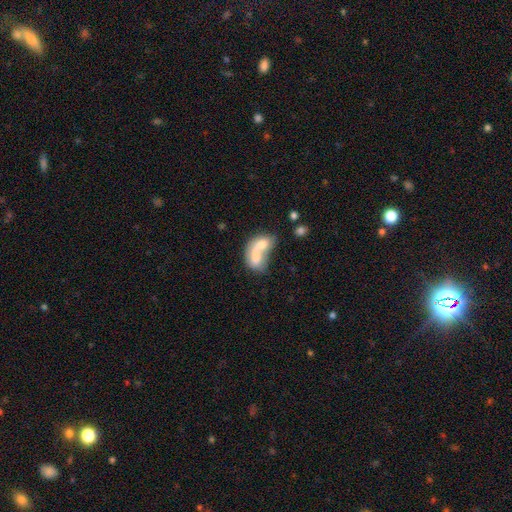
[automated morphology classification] smooth_or_featured: smooth (p=0.64) [alt: featured or disk p=0.29]
how_rounded: in between (p=0.81) [alt: round p=0.15]
merging: merger (p=0.73) [alt: none p=0.12]